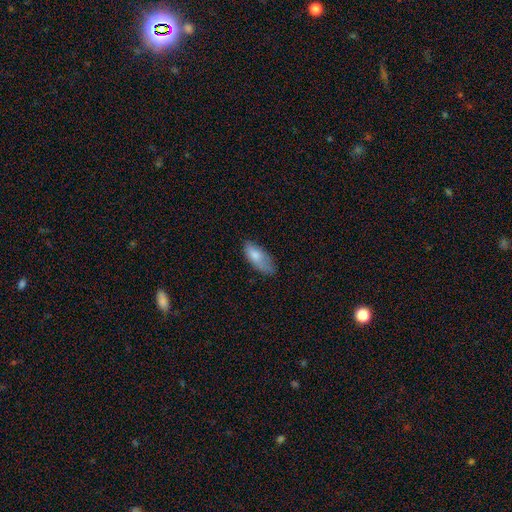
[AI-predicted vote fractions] Smooth or featured: smooth — 78% (featured or disk — 15%)
How rounded: in between — 84% (cigar-shaped — 14%)
Merging: none — 55% (minor disturbance — 33%)